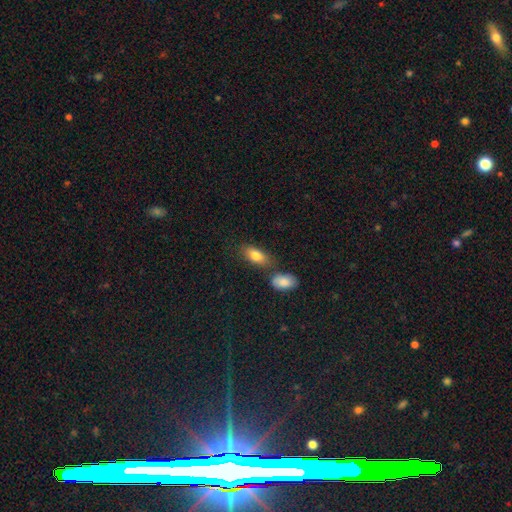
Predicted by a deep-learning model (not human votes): Smooth or featured? Predicted: smooth (p=0.82). How rounded? Predicted: in between (p=0.88). Merging? Predicted: none (p=0.64).